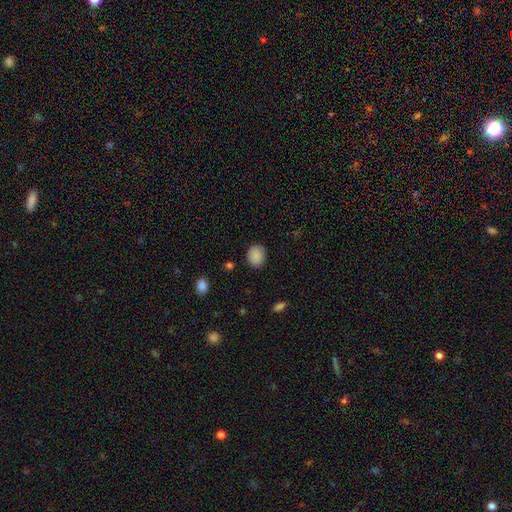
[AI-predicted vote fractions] smooth-or-featured: smooth: 88% | star or artifact: 8% | featured or disk: 3%
  how-rounded: round: 58% | in between: 41% | cigar-shaped: 1%
  merging: none: 86% | minor disturbance: 10% | major disturbance: 3% | merger: 1%